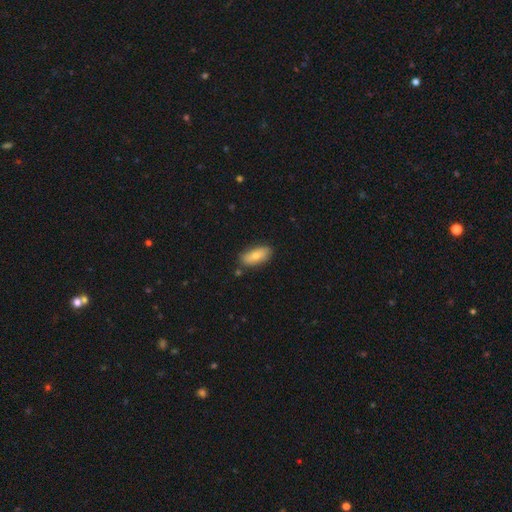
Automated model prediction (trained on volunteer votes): Overall: smooth (76%). How rounded: in between (85%). Merging: none (78%).